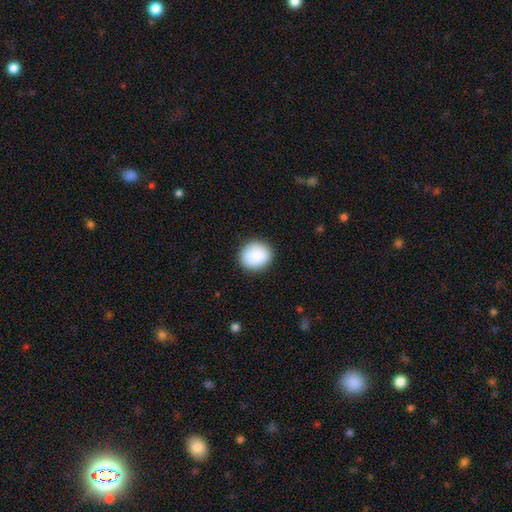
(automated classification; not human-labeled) smooth_or_featured: smooth (p=0.89) [alt: star or artifact p=0.07]
how_rounded: round (p=0.82) [alt: in between p=0.17]
merging: none (p=0.89) [alt: minor disturbance p=0.08]